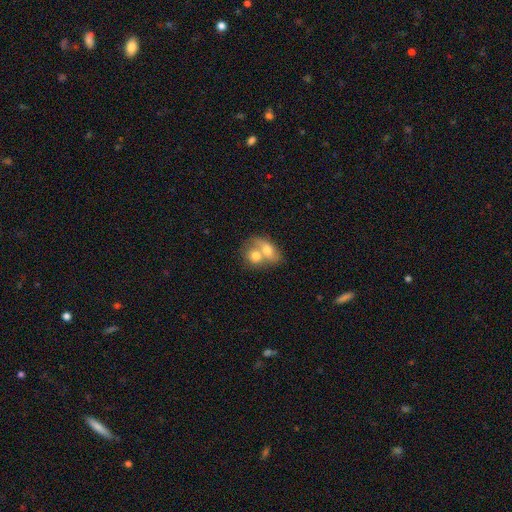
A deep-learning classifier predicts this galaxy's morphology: This is likely a smooth galaxy (64%). How rounded: possibly in between (55%). Merging: likely merger (77%).